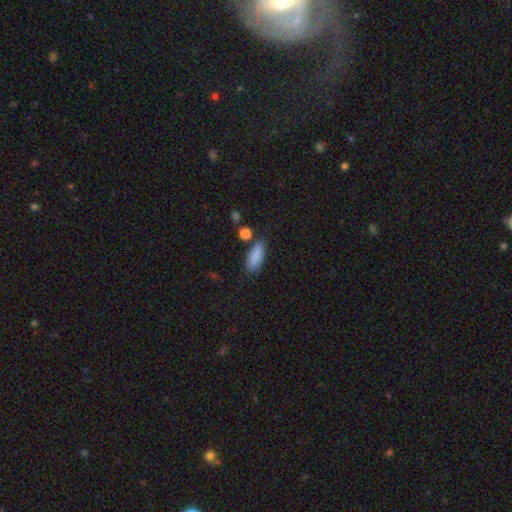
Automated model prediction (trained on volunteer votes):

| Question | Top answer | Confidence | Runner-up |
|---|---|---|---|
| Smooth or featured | smooth | 86% | star or artifact (8%) |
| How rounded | in between | 76% | cigar-shaped (20%) |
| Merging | none | 67% | minor disturbance (19%) |